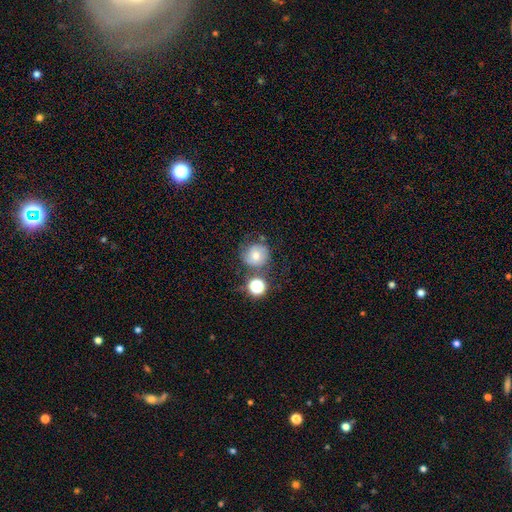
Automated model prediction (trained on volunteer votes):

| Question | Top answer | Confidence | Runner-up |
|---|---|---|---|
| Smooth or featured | smooth | 48% | featured or disk (36%) |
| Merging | none | 62% | minor disturbance (17%) |